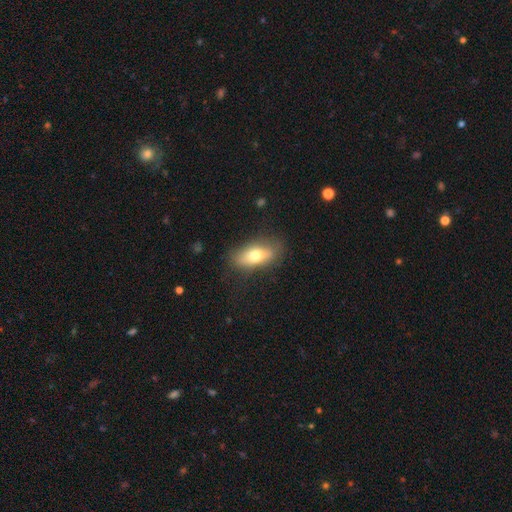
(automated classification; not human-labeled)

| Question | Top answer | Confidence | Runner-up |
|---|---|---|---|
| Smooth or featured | smooth | 71% | featured or disk (21%) |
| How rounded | in between | 84% | cigar-shaped (10%) |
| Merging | none | 75% | minor disturbance (18%) |